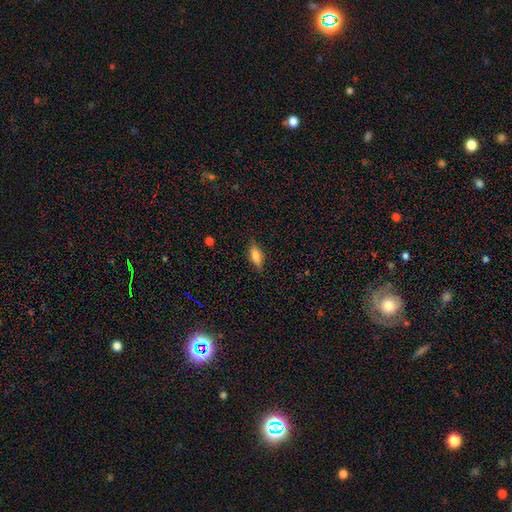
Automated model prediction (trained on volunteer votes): Smooth or featured? smooth (76%)
How rounded? in between (75%)
Merging? none (82%)